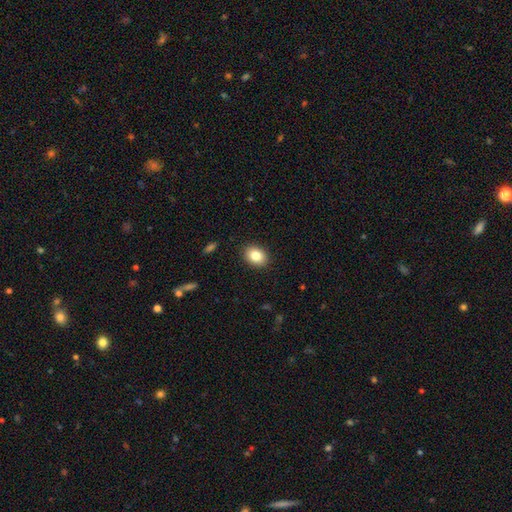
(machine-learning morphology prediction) Q: Smooth or featured?
A: smooth (84%); runner-up: star or artifact (8%)
Q: How rounded?
A: in between (69%); runner-up: round (31%)
Q: Merging?
A: none (90%); runner-up: minor disturbance (7%)